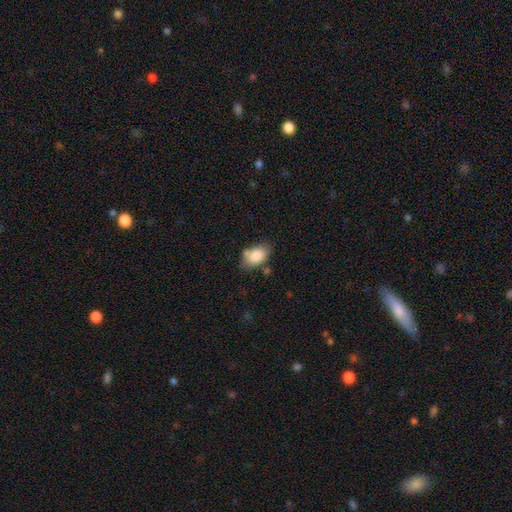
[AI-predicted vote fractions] Q: Smooth or featured?
A: smooth (84%); runner-up: featured or disk (9%)
Q: How rounded?
A: in between (87%); runner-up: round (11%)
Q: Merging?
A: none (64%); runner-up: minor disturbance (21%)